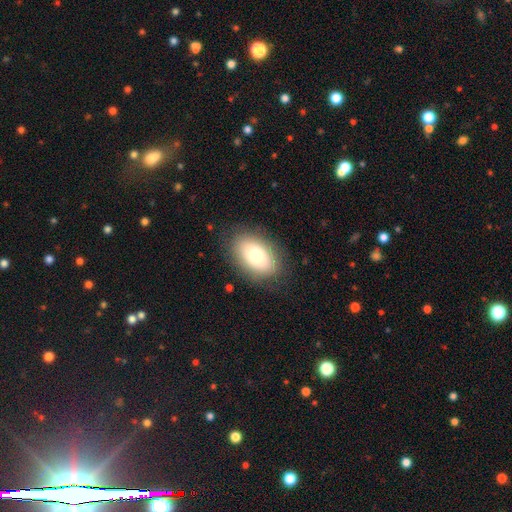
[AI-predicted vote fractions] smooth_or_featured: smooth (p=0.76) [alt: featured or disk p=0.16]
how_rounded: in between (p=0.89) [alt: round p=0.09]
merging: none (p=0.82) [alt: minor disturbance p=0.12]